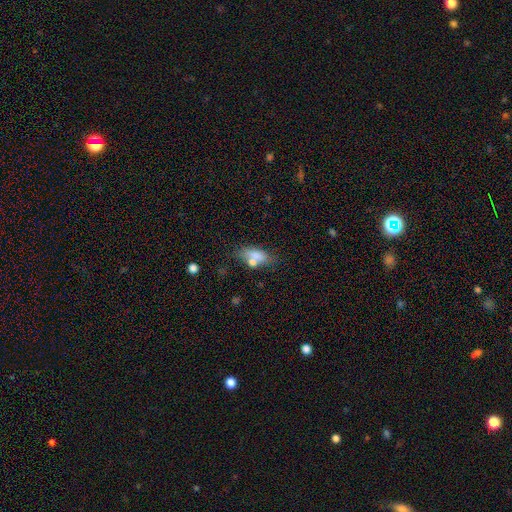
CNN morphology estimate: Q: Smooth or featured?
A: smooth (71%); runner-up: featured or disk (18%)
Q: How rounded?
A: in between (76%); runner-up: cigar-shaped (17%)
Q: Merging?
A: none (55%); runner-up: merger (20%)